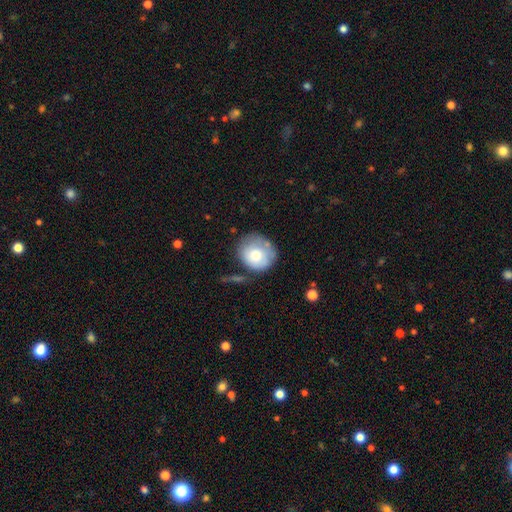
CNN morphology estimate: smooth_or_featured: smooth (p=0.74) [alt: featured or disk p=0.19]
how_rounded: round (p=0.78) [alt: in between p=0.21]
merging: none (p=0.61) [alt: minor disturbance p=0.23]